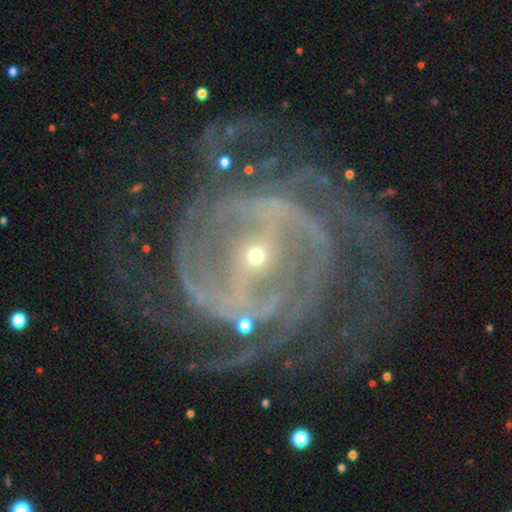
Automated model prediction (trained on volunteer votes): smooth_or_featured: featured or disk (p=0.90) [alt: star or artifact p=0.07]
disk_edge_on: no (p=0.96) [alt: yes p=0.04]
bar: strong (p=0.59) [alt: weak p=0.28]
has_spiral_arms: yes (p=0.96) [alt: no p=0.04]
spiral_winding: tight (p=0.57) [alt: medium p=0.35]
spiral_arm_count: 2 (p=0.26) [alt: can't tell p=0.24]
bulge_size: small (p=0.80) [alt: moderate p=0.16]
merging: none (p=0.67) [alt: major disturbance p=0.16]